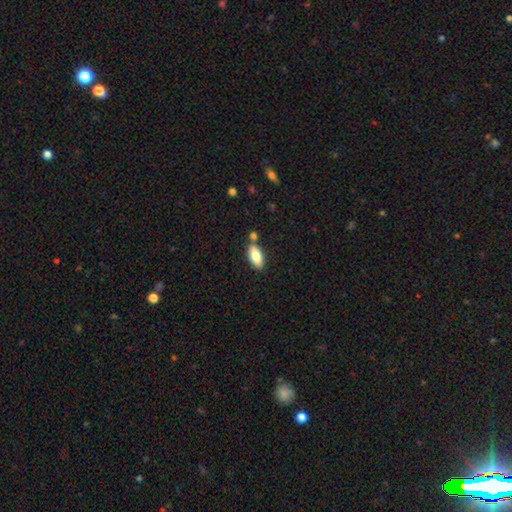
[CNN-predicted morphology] smooth_or_featured: smooth (p=0.77) [alt: featured or disk p=0.16]
how_rounded: in between (p=0.87) [alt: cigar-shaped p=0.10]
merging: none (p=0.75) [alt: minor disturbance p=0.12]